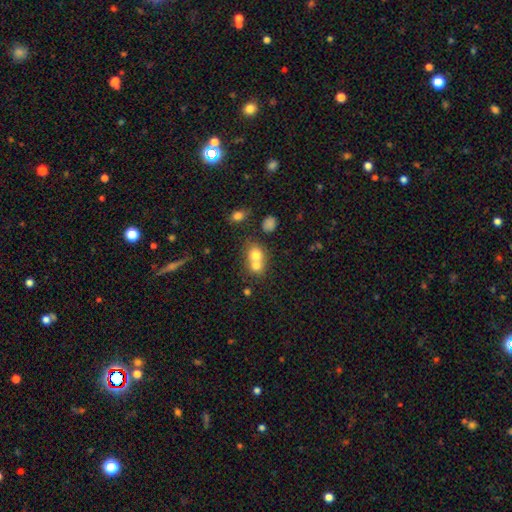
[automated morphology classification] This is likely a smooth galaxy (73%). How rounded: likely round (70%). Merging: likely merger (67%).